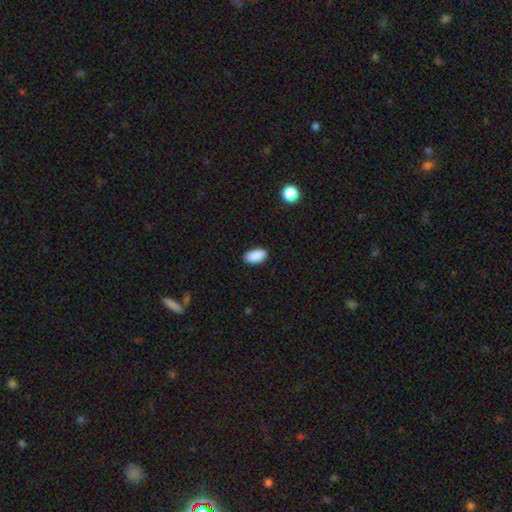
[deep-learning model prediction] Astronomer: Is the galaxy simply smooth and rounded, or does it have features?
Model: smooth — 90%.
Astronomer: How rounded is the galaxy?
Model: in between — 93%.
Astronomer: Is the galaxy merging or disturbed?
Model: none — 87%.